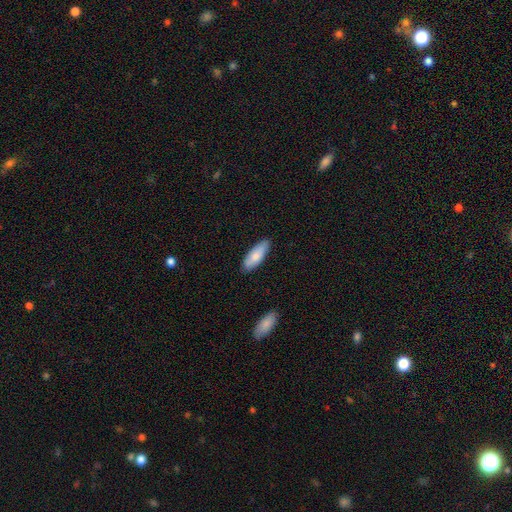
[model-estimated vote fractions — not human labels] smooth_or_featured: smooth (p=0.80) [alt: featured or disk p=0.15]
how_rounded: in between (p=0.70) [alt: cigar-shaped p=0.29]
merging: none (p=0.85) [alt: minor disturbance p=0.11]